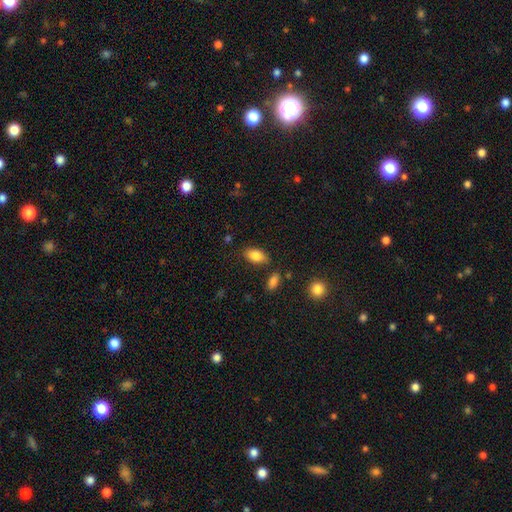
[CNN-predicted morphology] A smooth galaxy with no disk features (85%) that is in between round and cigar-shaped (92%). Merging: none (79%).